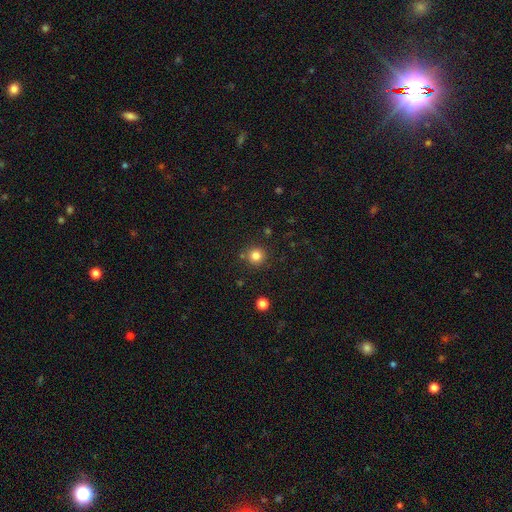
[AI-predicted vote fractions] A smooth galaxy with no disk features (82%) that is round (95%). Merging: none (86%).